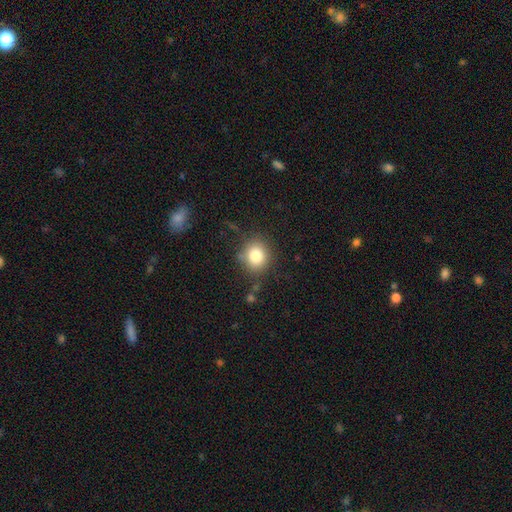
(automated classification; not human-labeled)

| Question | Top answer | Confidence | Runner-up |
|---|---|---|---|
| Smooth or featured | smooth | 82% | star or artifact (11%) |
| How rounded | round | 75% | in between (24%) |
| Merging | none | 80% | minor disturbance (13%) |